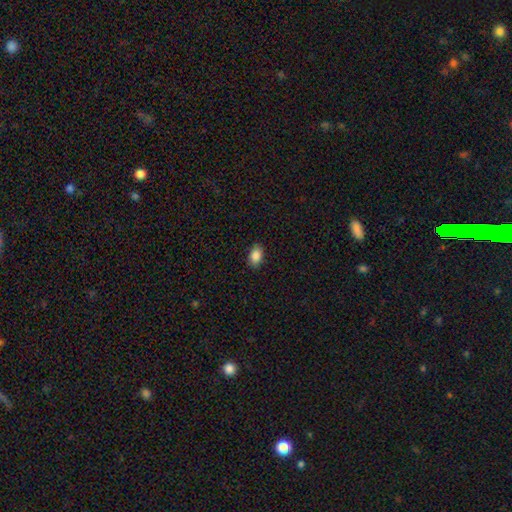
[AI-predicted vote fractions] Smooth or featured?
  - smooth: 88% *
  - star or artifact: 8%
  - featured or disk: 4%
How rounded?
  - in between: 87% *
  - round: 11%
  - cigar-shaped: 1%
Merging?
  - none: 89% *
  - minor disturbance: 8%
  - major disturbance: 2%
  - merger: 1%